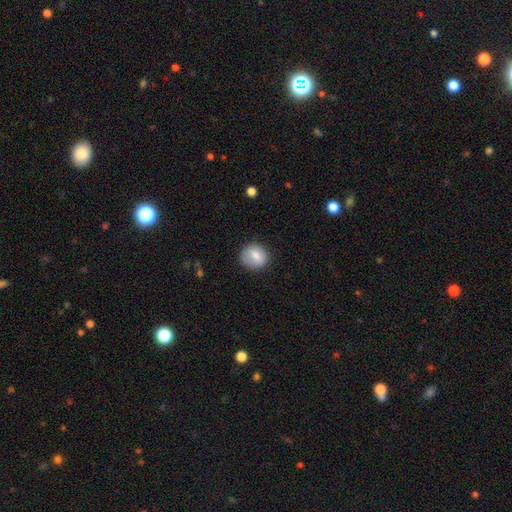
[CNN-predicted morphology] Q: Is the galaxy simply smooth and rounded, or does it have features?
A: smooth — 78%.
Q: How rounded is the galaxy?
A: round — 77%.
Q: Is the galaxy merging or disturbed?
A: none — 80%.